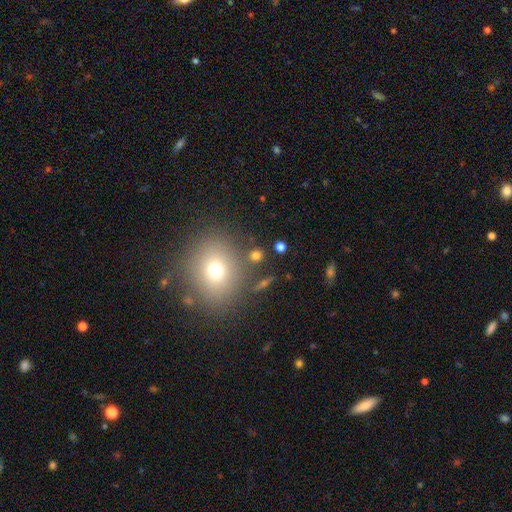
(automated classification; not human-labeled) Smooth or featured? smooth (69%)
How rounded? round (75%)
Merging? none (78%)